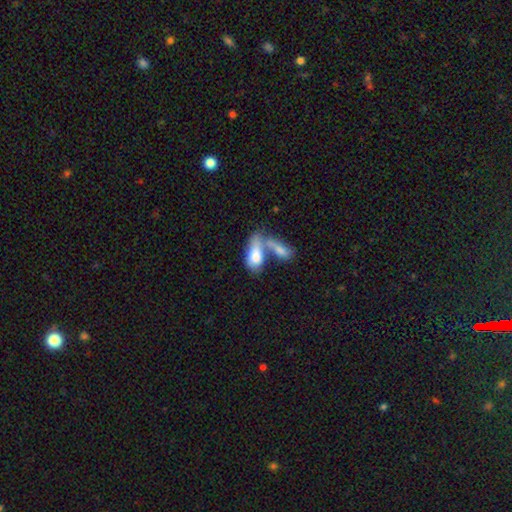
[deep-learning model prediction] The model was most divided on "merging": merger: 64%, none: 19%, minor disturbance: 9%, major disturbance: 8%. More confident: how rounded — in between (85%); smooth or featured — smooth (75%).